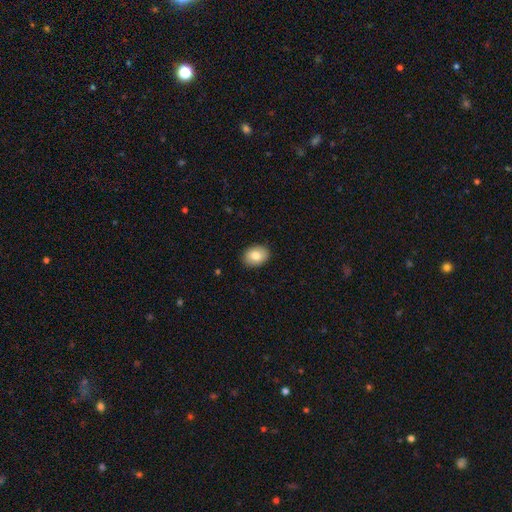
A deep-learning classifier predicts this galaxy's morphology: smooth 80%, featured or disk 12%, star or artifact 8%. Down the decision tree: how rounded — in between (70%); merging — none (89%).